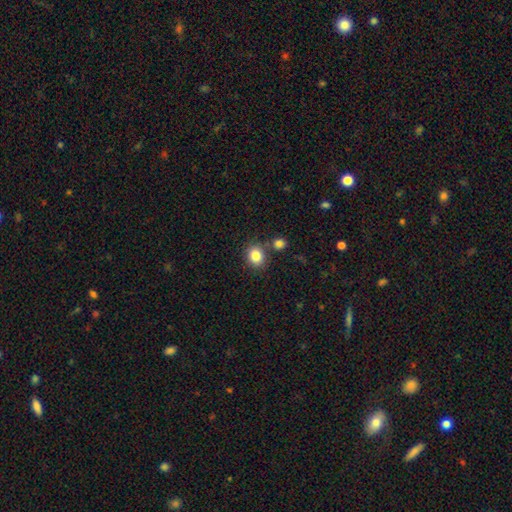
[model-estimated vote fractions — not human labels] smooth_or_featured: smooth (p=0.84) [alt: star or artifact p=0.10]
how_rounded: round (p=0.64) [alt: in between p=0.35]
merging: none (p=0.73) [alt: merger p=0.13]